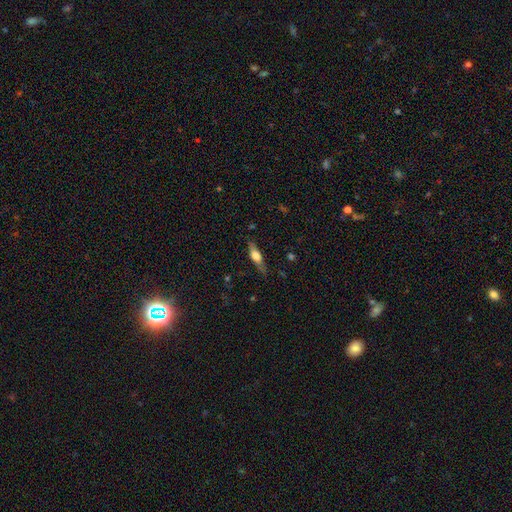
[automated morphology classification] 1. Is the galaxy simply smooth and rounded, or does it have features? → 51% featured or disk, 42% smooth, 7% star or artifact.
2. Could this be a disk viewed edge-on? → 92% yes, 8% no.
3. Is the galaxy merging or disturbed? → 78% none, 17% minor disturbance, 4% major disturbance, 1% merger.